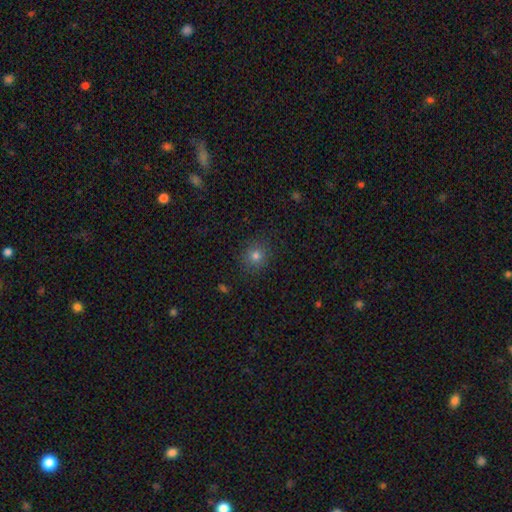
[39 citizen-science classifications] Smooth or featured? smooth (87%)
How rounded? round (94%)
Merging? none (86%)